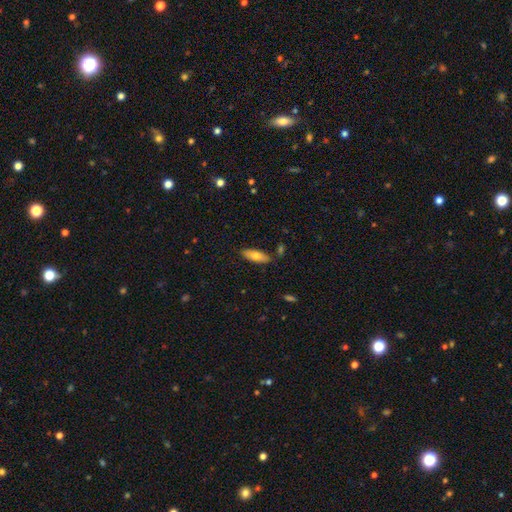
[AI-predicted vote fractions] Smooth or featured? smooth (72%)
How rounded? in between (72%)
Merging? none (82%)